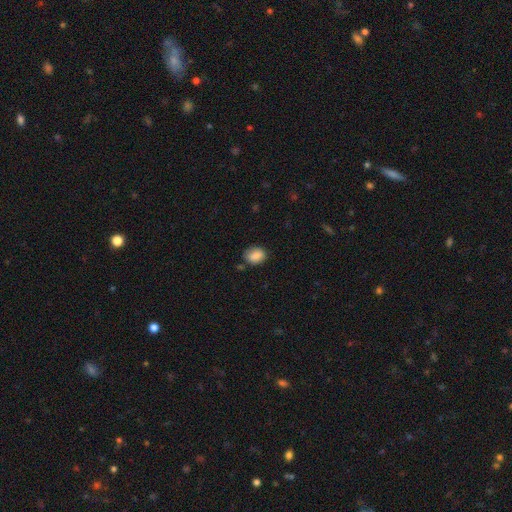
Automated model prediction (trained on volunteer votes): Overall: smooth (85%). How rounded: in between (60%; round 38%). Merging: none (71%).